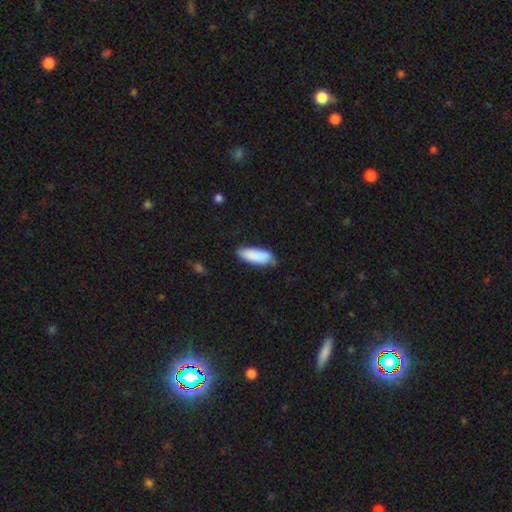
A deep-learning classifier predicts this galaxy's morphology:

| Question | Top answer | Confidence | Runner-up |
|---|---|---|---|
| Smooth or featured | smooth | 88% | featured or disk (6%) |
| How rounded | in between | 70% | cigar-shaped (29%) |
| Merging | none | 71% | minor disturbance (23%) |